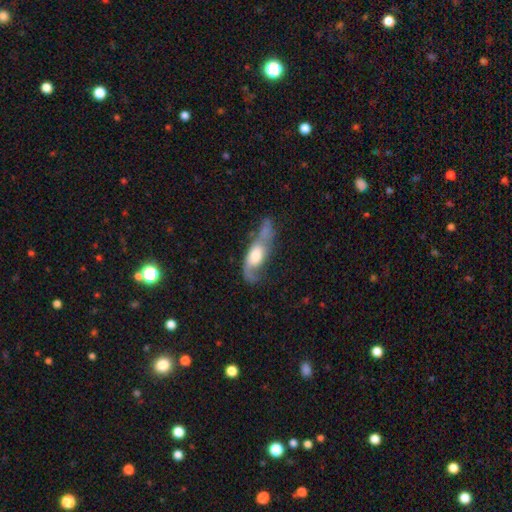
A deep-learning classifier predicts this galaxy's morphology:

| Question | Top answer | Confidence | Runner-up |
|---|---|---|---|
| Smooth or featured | featured or disk | 59% | smooth (35%) |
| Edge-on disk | no | 80% | yes (20%) |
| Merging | major disturbance | 32% | none (31%) |